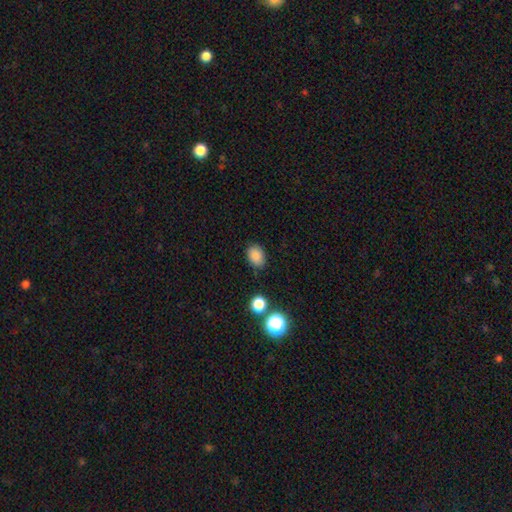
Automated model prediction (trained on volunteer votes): smooth_or_featured: smooth (p=0.84) [alt: star or artifact p=0.11]
how_rounded: in between (p=0.71) [alt: round p=0.28]
merging: none (p=0.79) [alt: minor disturbance p=0.15]